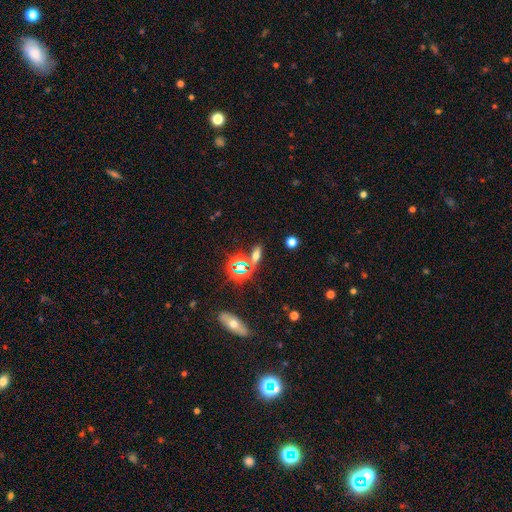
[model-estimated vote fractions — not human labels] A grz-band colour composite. It shows a smooth galaxy with no disk features (47%). Merging: none (72%).